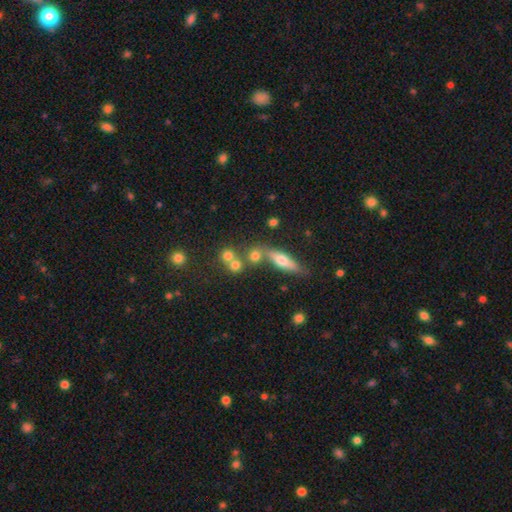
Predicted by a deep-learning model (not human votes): Morphology: type=smooth (64%); roundness=round (61%); merging=none (52%).